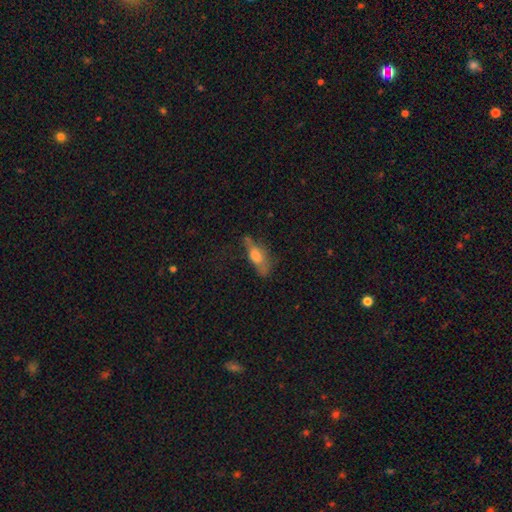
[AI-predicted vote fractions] smooth 57%, featured or disk 33%, star or artifact 10%. Down the decision tree: how rounded — in between (62%); merging — none (43%).